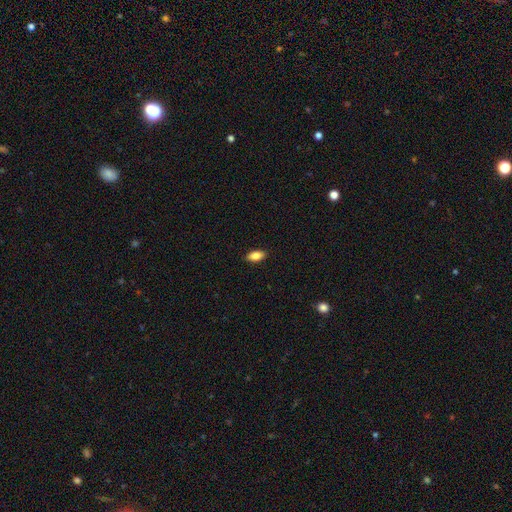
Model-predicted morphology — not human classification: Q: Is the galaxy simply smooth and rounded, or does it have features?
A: smooth — 85%.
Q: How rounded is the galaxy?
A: in between — 90%.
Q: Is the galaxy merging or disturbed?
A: none — 90%.